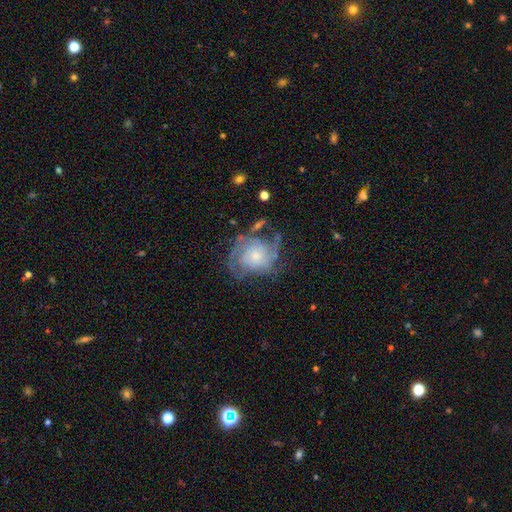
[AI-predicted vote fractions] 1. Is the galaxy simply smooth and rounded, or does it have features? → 78% featured or disk, 15% smooth, 7% star or artifact.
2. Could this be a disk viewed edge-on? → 98% no, 2% yes.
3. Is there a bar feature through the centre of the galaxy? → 79% no, 18% weak, 3% strong.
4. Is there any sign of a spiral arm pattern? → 90% yes, 10% no.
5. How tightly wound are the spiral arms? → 48% tight, 37% medium, 15% loose.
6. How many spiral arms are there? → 31% can't tell, 28% 2, 22% 3, 9% 4, 6% 1, 5% more than 4.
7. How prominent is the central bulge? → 59% small, 30% moderate, 5% large, 3% none, 2% dominant.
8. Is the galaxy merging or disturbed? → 55% none, 22% minor disturbance, 20% major disturbance, 4% merger.